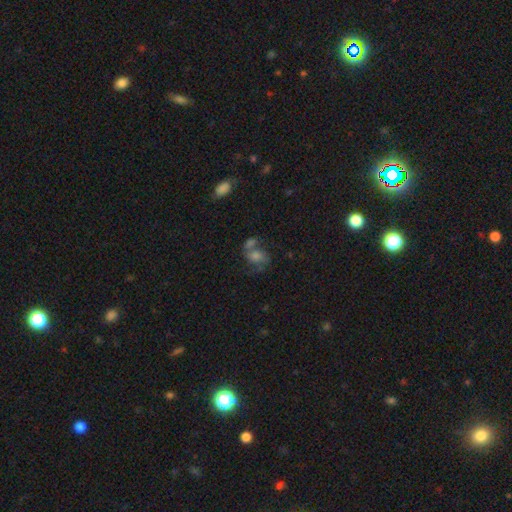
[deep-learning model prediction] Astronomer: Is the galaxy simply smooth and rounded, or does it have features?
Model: featured or disk — 48% (runner-up: smooth, 37%).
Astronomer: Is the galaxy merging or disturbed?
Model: none — 39% (runner-up: merger, 34%).